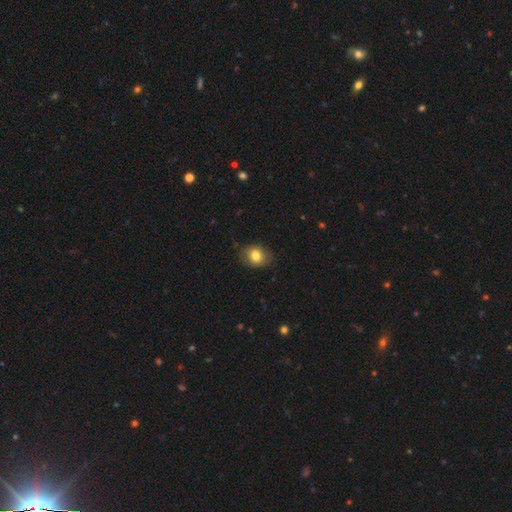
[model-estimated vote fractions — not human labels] Smooth or featured?
  - smooth: 79% *
  - featured or disk: 12%
  - star or artifact: 9%
How rounded?
  - in between: 51% *
  - round: 48%
  - cigar-shaped: 1%
Merging?
  - none: 78% *
  - minor disturbance: 17%
  - major disturbance: 4%
  - merger: 1%